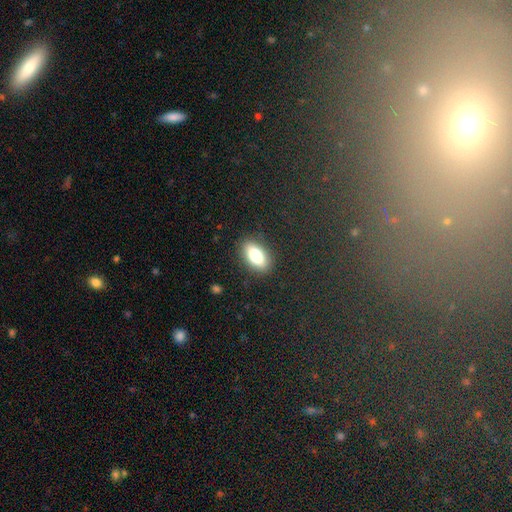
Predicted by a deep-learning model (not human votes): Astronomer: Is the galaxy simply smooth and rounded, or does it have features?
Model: smooth — 80%.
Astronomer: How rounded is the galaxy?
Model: in between — 90%.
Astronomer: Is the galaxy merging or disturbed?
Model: none — 86%.